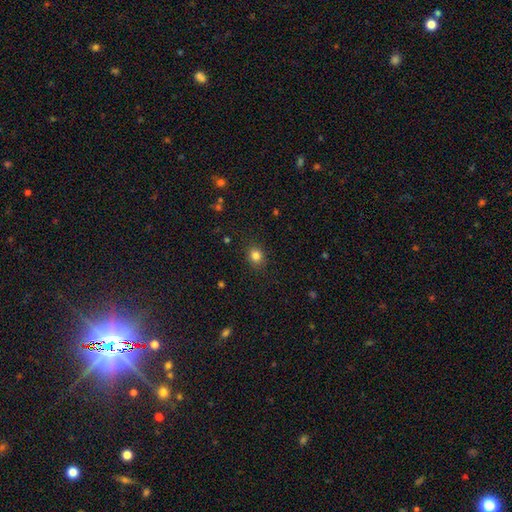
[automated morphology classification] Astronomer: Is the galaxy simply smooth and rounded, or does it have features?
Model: smooth — 83%.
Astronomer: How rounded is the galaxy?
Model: round — 75%.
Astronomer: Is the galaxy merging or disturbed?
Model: none — 88%.